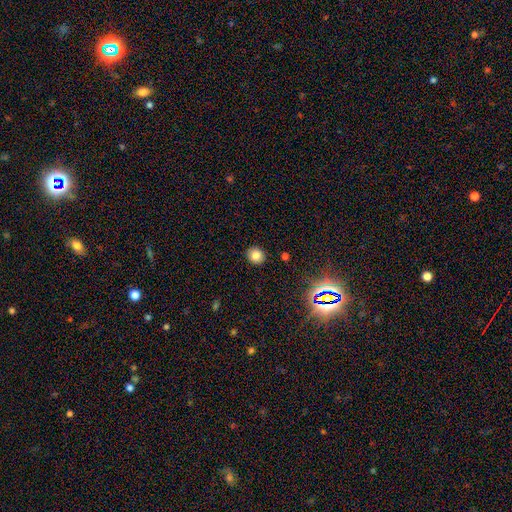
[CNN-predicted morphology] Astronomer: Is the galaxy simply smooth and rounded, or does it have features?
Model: smooth — 80%.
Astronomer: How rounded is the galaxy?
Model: round — 84%.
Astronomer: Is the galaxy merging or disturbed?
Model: none — 91%.